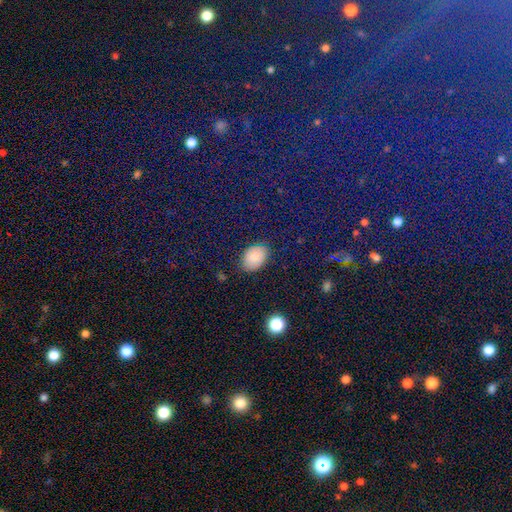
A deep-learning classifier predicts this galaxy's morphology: Smooth or featured: smooth — 79% (star or artifact — 11%)
How rounded: in between — 78% (round — 21%)
Merging: none — 82% (minor disturbance — 13%)